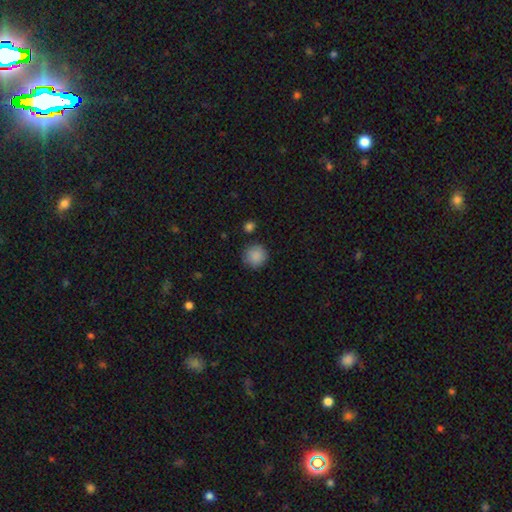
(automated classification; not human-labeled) smooth-or-featured: smooth: 88% | star or artifact: 8% | featured or disk: 4%
  how-rounded: round: 94% | in between: 5% | cigar-shaped: 1%
  merging: none: 86% | minor disturbance: 9% | major disturbance: 3% | merger: 2%